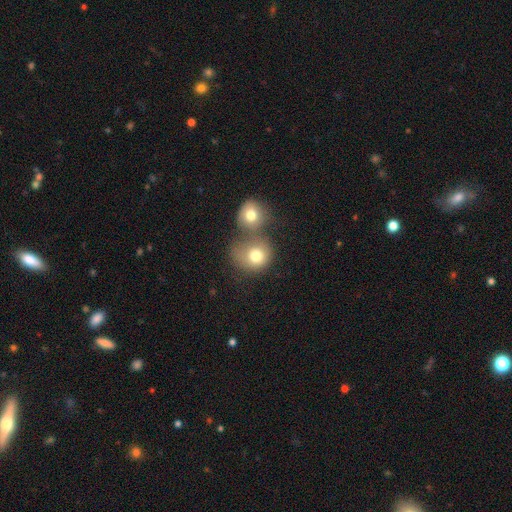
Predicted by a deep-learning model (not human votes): Smooth or featured?
  - smooth: 76% *
  - featured or disk: 14%
  - star or artifact: 10%
How rounded?
  - round: 78% *
  - in between: 21%
  - cigar-shaped: 1%
Merging?
  - merger: 52% *
  - none: 31%
  - minor disturbance: 10%
  - major disturbance: 7%